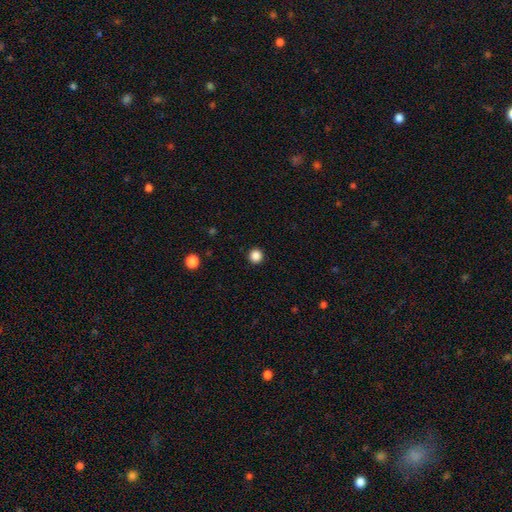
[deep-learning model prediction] This is clearly a smooth galaxy (86%). How rounded: clearly round (95%). Merging: clearly none (93%).